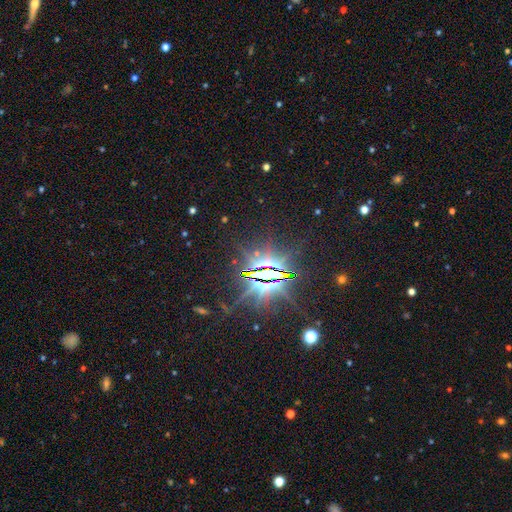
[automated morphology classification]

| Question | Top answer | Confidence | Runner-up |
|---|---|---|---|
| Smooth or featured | star or artifact | 87% | featured or disk (7%) |